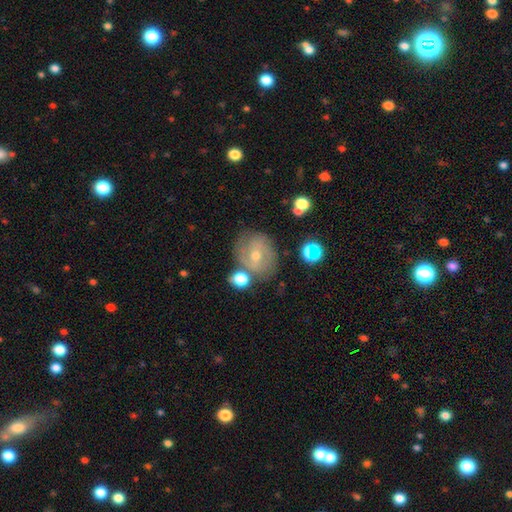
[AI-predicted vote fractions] smooth-or-featured: featured or disk: 62% | smooth: 26% | star or artifact: 12%
  disk-edge-on: no: 96% | yes: 4%
    bar: weak: 45% | no: 40% | strong: 15%
    has-spiral-arms: yes: 79% | no: 21%
    bulge-size: small: 55% | moderate: 41% | none: 1% | large: 1% | dominant: 1%
  merging: none: 71% | minor disturbance: 16% | merger: 8% | major disturbance: 6%